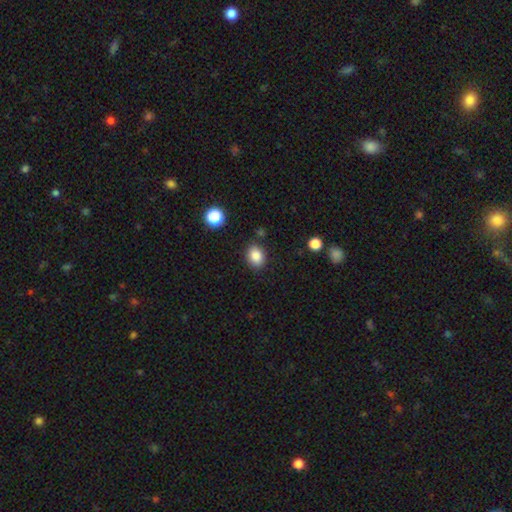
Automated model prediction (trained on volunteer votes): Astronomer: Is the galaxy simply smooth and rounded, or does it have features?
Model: smooth — 86%.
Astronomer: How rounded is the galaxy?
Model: in between — 60% (runner-up: round, 39%).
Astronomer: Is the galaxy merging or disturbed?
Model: none — 81%.